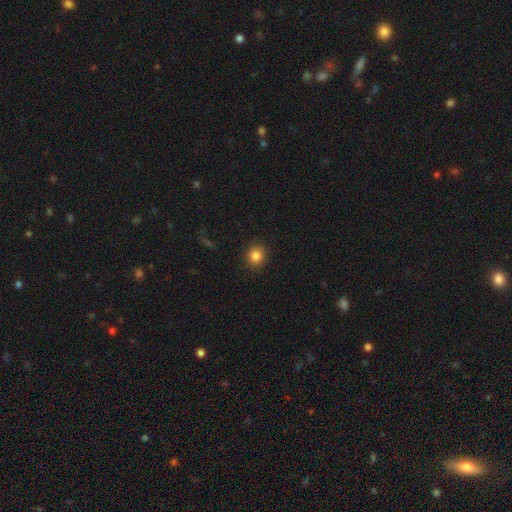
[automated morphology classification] This appears to be a smooth galaxy with no disk features (84%) that is round (83%). Merging: none (90%).